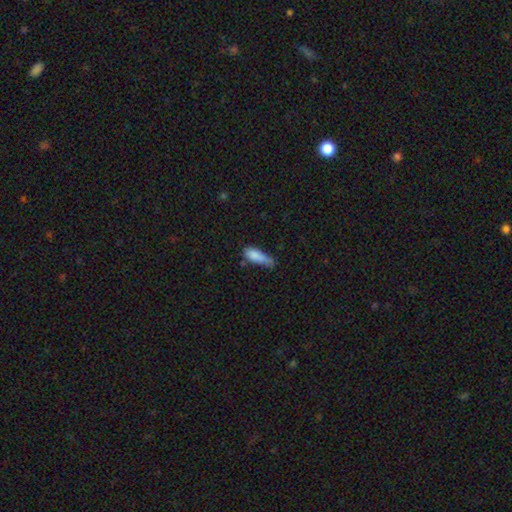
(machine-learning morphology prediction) Smooth or featured: smooth — 82% (featured or disk — 10%)
How rounded: in between — 59% (cigar-shaped — 38%)
Merging: minor disturbance — 42% (none — 32%)